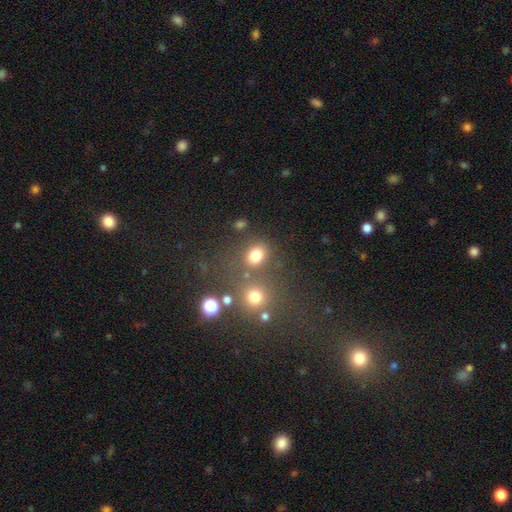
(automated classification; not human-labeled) This appears to be a smooth galaxy with no disk features (76%) that is round (60%). Merging: none (65%).